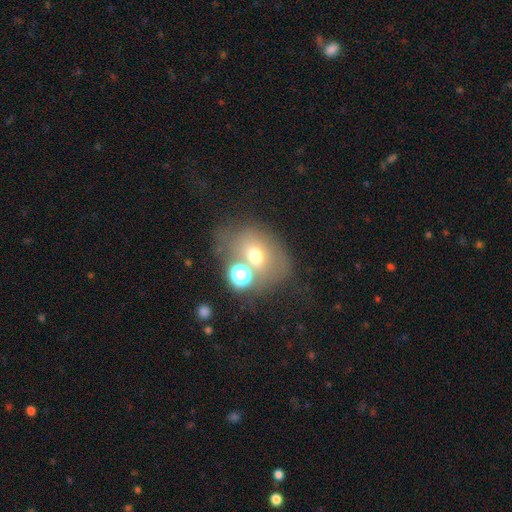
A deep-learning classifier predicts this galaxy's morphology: Smooth or featured?
  - smooth: 60% *
  - featured or disk: 22%
  - star or artifact: 18%
How rounded?
  - in between: 56% *
  - round: 43%
  - cigar-shaped: 1%
Merging?
  - none: 43% *
  - merger: 24%
  - minor disturbance: 18%
  - major disturbance: 15%